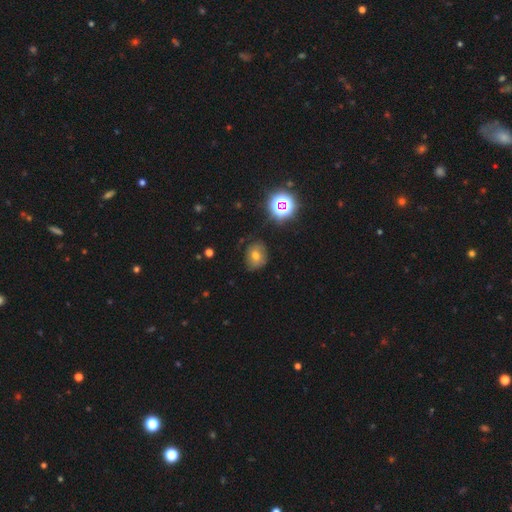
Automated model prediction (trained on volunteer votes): smooth_or_featured: smooth (p=0.58) [alt: featured or disk p=0.21]
how_rounded: round (p=0.58) [alt: in between p=0.41]
merging: none (p=0.74) [alt: minor disturbance p=0.19]